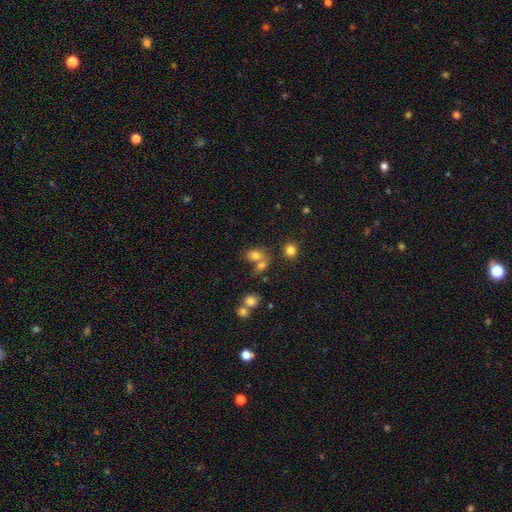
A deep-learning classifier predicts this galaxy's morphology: type=smooth (75%); roundness=in between (70%); merging=merger (42%).